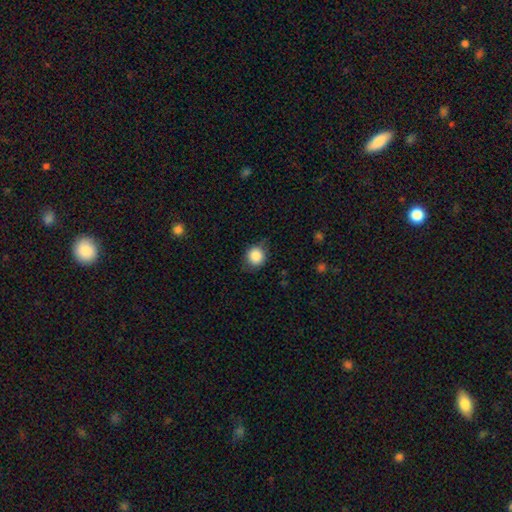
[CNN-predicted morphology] A smooth galaxy with no disk features (86%) that is round (87%).

Vote fractions:
- Smooth or featured? smooth: 86% / star or artifact: 9% / featured or disk: 5%
- How rounded? round: 87% / in between: 12% / cigar-shaped: 1%
- Merging? none: 77% / minor disturbance: 17% / major disturbance: 4% / merger: 1%